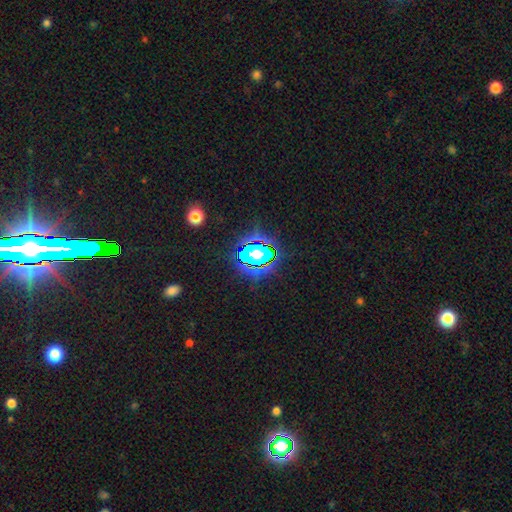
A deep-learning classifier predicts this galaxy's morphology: This appears to be a star or artifact, not a galaxy (58%).